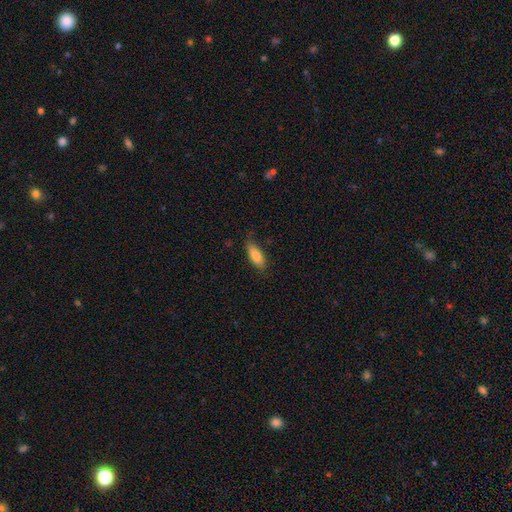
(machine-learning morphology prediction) Smooth or featured? Predicted: smooth (p=0.81). How rounded? Predicted: in between (p=0.72). Merging? Predicted: none (p=0.74).